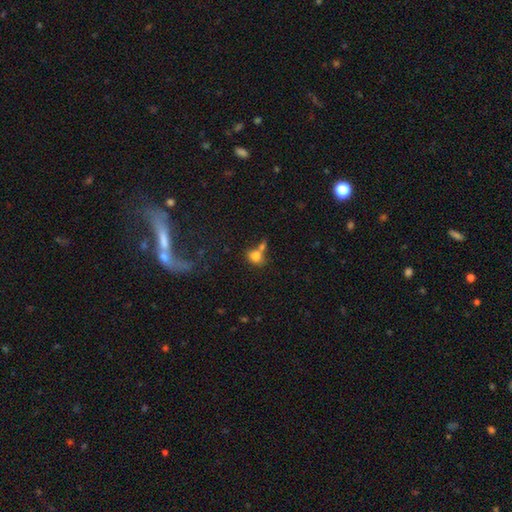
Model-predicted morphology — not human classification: This is likely a smooth galaxy (80%). How rounded: likely in between (64%). Merging: marginally merger (42%).